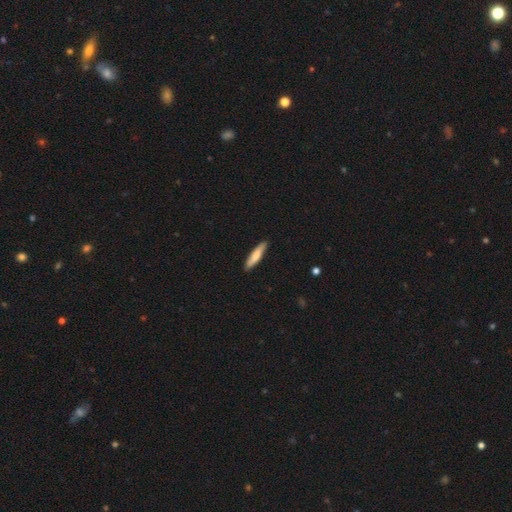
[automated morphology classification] Q: Smooth or featured?
A: smooth (74%); runner-up: featured or disk (21%)
Q: How rounded?
A: cigar-shaped (84%); runner-up: in between (15%)
Q: Merging?
A: none (88%); runner-up: minor disturbance (9%)